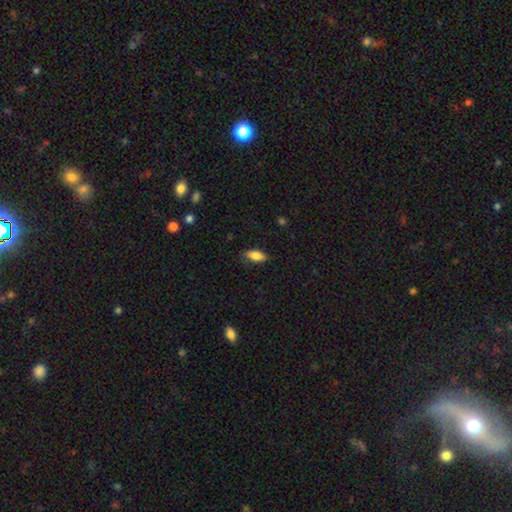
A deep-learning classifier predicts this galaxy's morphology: smooth 83%, featured or disk 10%, star or artifact 7%. Down the decision tree: how rounded — in between (84%); merging — none (81%).